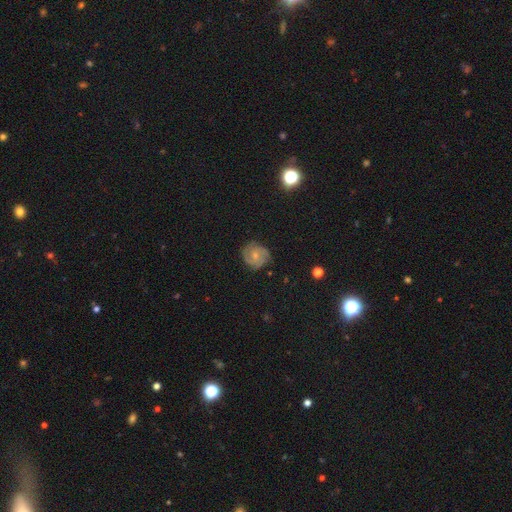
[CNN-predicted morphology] This appears to be a featured or disk galaxy (74%) with no bar (71%), 3 (38%) tight (55%) spiral arms (95%) and a small central bulge (63%). Merging: none (77%).